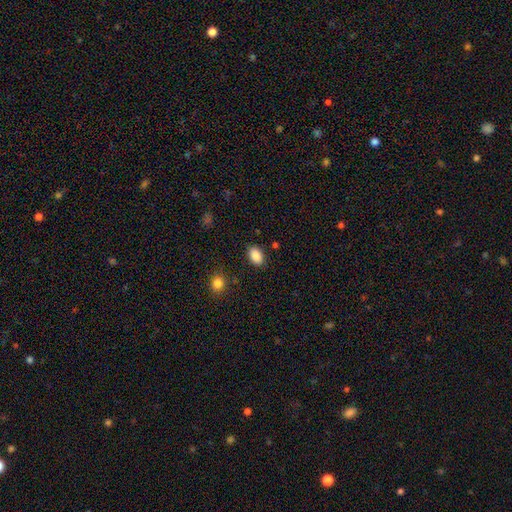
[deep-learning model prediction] Morphology: type=smooth (88%); roundness=in between (90%); merging=none (86%).